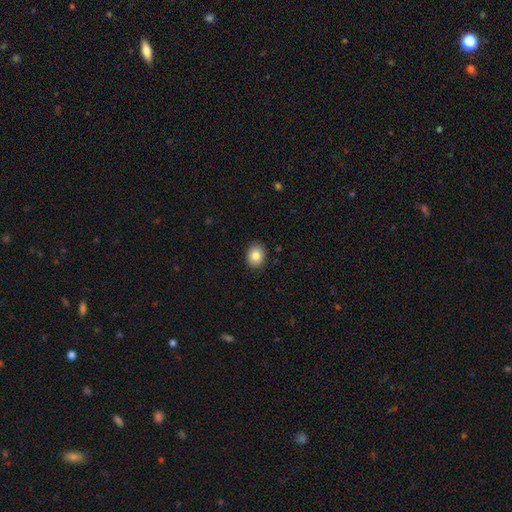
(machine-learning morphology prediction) The model was most divided on "how rounded": in between: 52%, round: 48%, cigar-shaped: 1%. More confident: merging — none (89%); smooth or featured — smooth (82%).